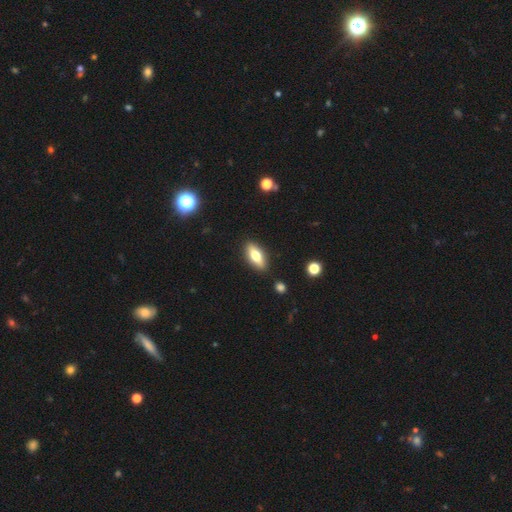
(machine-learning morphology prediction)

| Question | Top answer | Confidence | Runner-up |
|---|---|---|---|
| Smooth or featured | smooth | 61% | featured or disk (32%) |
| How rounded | in between | 73% | cigar-shaped (24%) |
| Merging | none | 88% | minor disturbance (8%) |